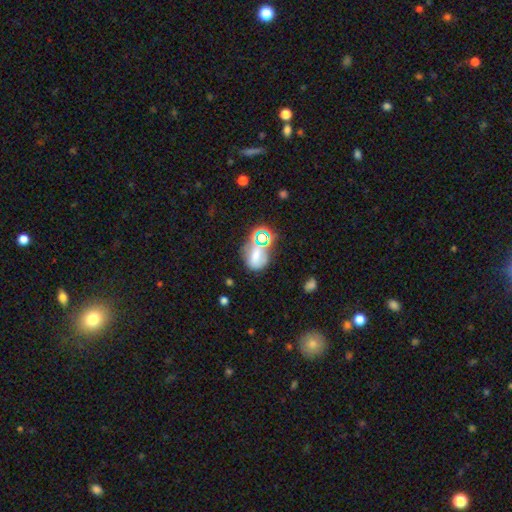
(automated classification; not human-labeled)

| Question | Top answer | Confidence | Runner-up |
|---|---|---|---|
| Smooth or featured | smooth | 53% | star or artifact (29%) |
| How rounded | in between | 59% | round (39%) |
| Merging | none | 43% | minor disturbance (22%) |